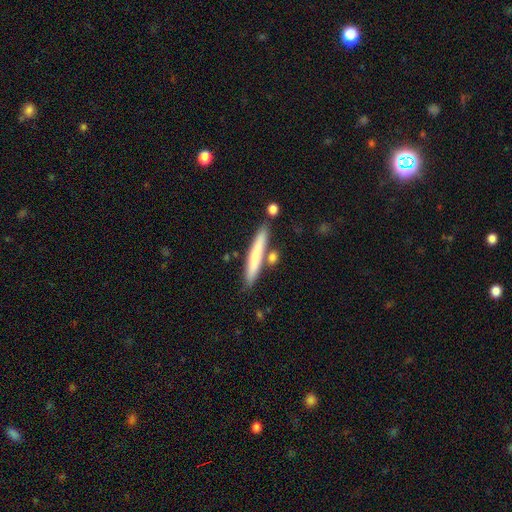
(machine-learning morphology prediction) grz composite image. It shows a smooth galaxy with no disk features (55%) that is cigar-shaped (95%). Merging: none (83%).